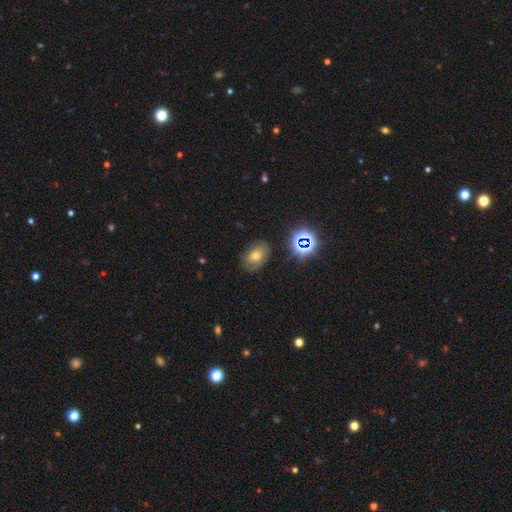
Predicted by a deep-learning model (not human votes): smooth 54%, star or artifact 24%, featured or disk 22%. Down the decision tree: how rounded — in between (78%); merging — none (77%).